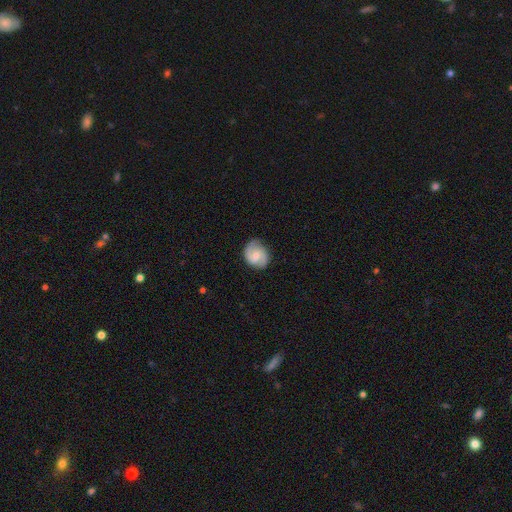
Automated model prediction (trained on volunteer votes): Morphology: type=featured or disk (70%); edge-on=no (98%); bar=weak (47%); spiral arms=yes (94%); winding=medium (50%); arm count=2 (88%); bulge=small (49%); merging=none (81%).